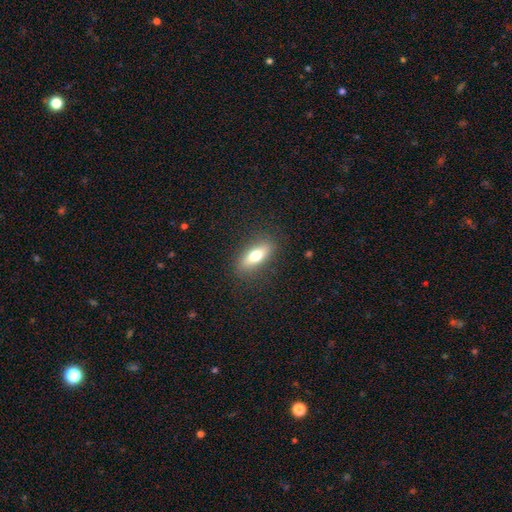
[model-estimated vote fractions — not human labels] A smooth galaxy with no disk features (67%) that is in between round and cigar-shaped (62%).

Vote fractions:
- Smooth or featured? smooth: 67% / featured or disk: 26% / star or artifact: 8%
- How rounded? in between: 62% / cigar-shaped: 34% / round: 4%
- Merging? none: 86% / minor disturbance: 10% / major disturbance: 3% / merger: 1%